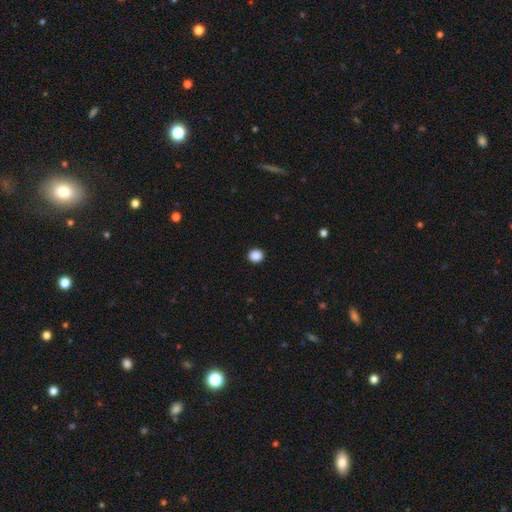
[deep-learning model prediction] Overall: smooth (88%). How rounded: round (85%). Merging: none (92%).